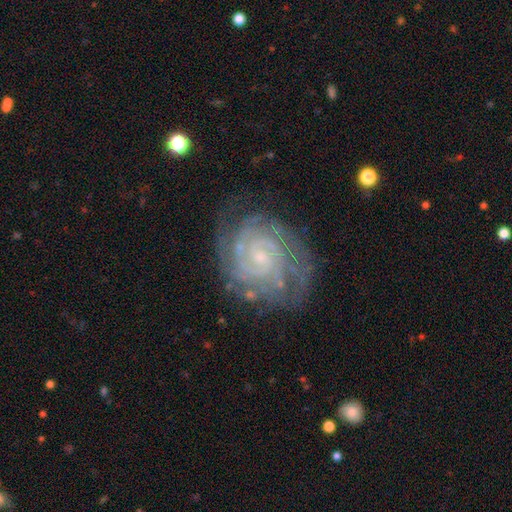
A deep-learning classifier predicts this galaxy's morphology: Smooth or featured: featured or disk — 85% (star or artifact — 8%)
Edge-on disk: no — 97% (yes — 3%)
Bar: no — 65% (weak — 28%)
Spiral arms: yes — 97% (no — 3%)
Spiral winding: tight — 77% (medium — 19%)
Spiral arm count: can't tell — 30% (2 — 24%)
Bulge size: small — 78% (moderate — 15%)
Merging: none — 77% (minor disturbance — 15%)